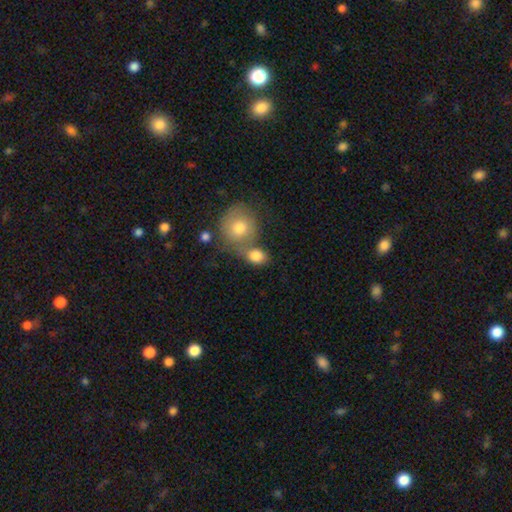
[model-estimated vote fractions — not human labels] Smooth or featured: smooth — 82% (featured or disk — 10%)
How rounded: round — 51% (in between — 47%)
Merging: none — 43% (merger — 40%)